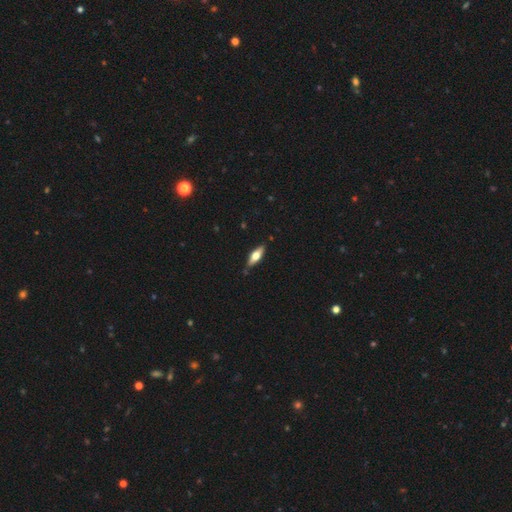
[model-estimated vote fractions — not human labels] This appears to be a smooth galaxy with no disk features (50%) that is in between round and cigar-shaped (57%). Merging: none (84%).